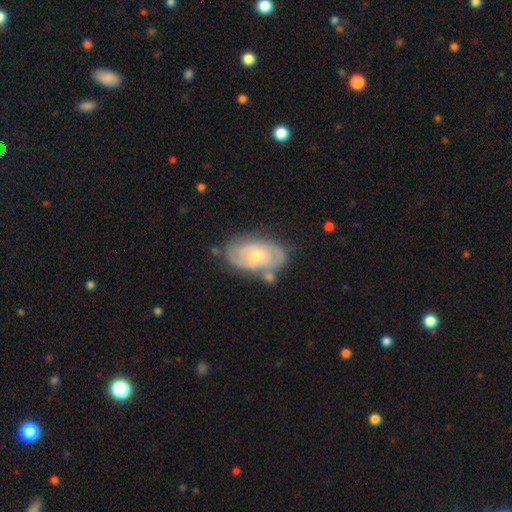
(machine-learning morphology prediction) Smooth or featured?
  - featured or disk: 80% *
  - smooth: 14%
  - star or artifact: 6%
Edge-on disk?
  - no: 95% *
  - yes: 5%
Bar?
  - no: 67% *
  - weak: 28%
  - strong: 5%
Spiral arms?
  - yes: 90% *
  - no: 10%
Spiral winding?
  - tight: 65% *
  - medium: 28%
  - loose: 7%
Spiral arm count?
  - 2: 50% *
  - can't tell: 28%
  - 3: 12%
  - 4: 3%
  - 1: 3%
  - more than 4: 3%
Bulge size?
  - moderate: 54% *
  - small: 42%
  - large: 2%
  - none: 1%
  - dominant: 1%
Merging?
  - none: 69% *
  - minor disturbance: 18%
  - merger: 8%
  - major disturbance: 5%